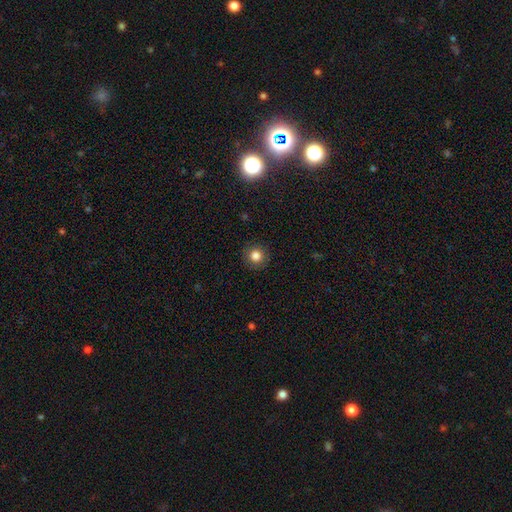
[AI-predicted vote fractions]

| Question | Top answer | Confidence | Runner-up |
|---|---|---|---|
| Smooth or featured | smooth | 82% | star or artifact (12%) |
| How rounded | round | 94% | in between (5%) |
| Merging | none | 91% | minor disturbance (6%) |